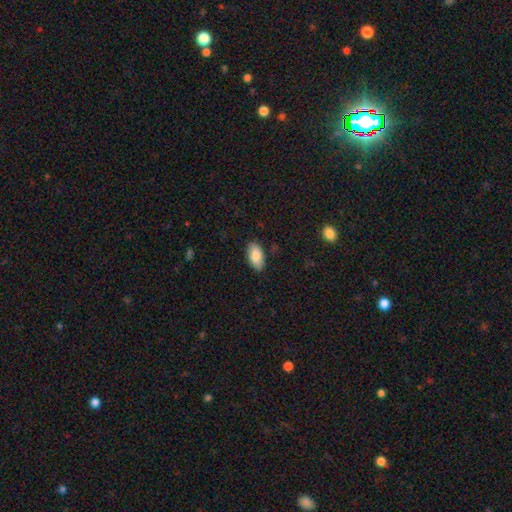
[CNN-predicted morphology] Smooth or featured: smooth — 85% (featured or disk — 8%)
How rounded: in between — 93% (cigar-shaped — 5%)
Merging: none — 84% (minor disturbance — 12%)